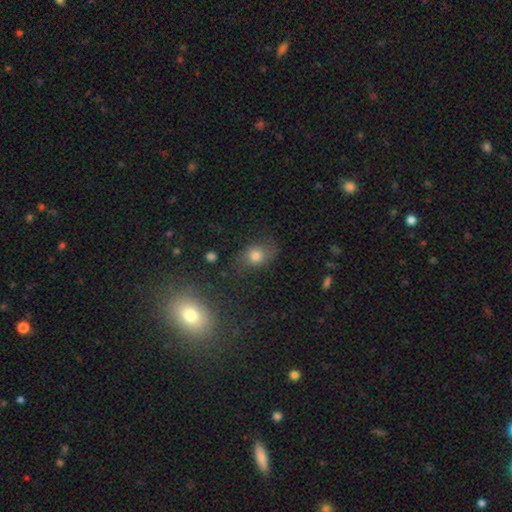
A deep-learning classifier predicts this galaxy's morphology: A smooth galaxy with no disk features (68%) that is in between round and cigar-shaped (57%).

Vote fractions:
- Smooth or featured? smooth: 68% / star or artifact: 16% / featured or disk: 16%
- How rounded? in between: 57% / round: 41% / cigar-shaped: 2%
- Merging? none: 69% / minor disturbance: 20% / major disturbance: 8% / merger: 3%